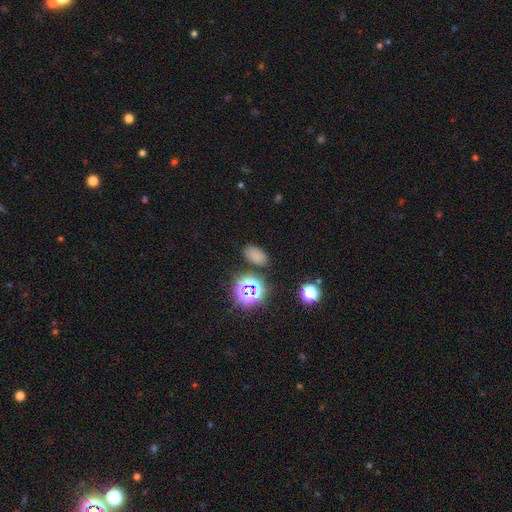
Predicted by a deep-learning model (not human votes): smooth 70%, star or artifact 24%, featured or disk 6%. Down the decision tree: how rounded — in between (88%); merging — none (83%).